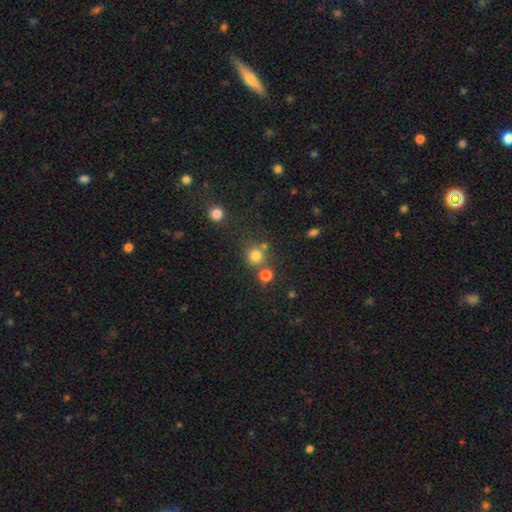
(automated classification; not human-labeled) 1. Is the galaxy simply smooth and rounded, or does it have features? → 77% smooth, 16% star or artifact, 7% featured or disk.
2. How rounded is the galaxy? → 90% round, 9% in between, 1% cigar-shaped.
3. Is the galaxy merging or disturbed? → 69% none, 19% merger, 9% minor disturbance, 4% major disturbance.